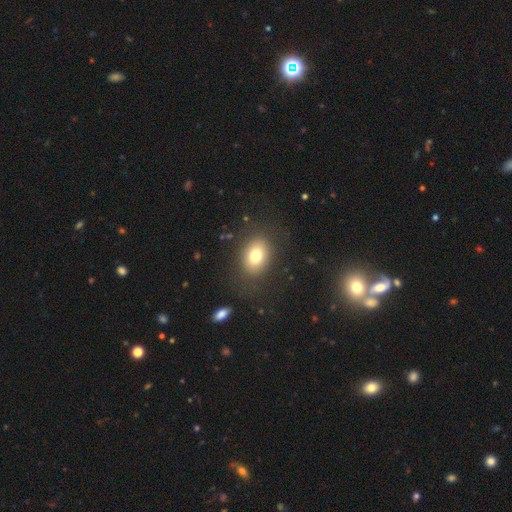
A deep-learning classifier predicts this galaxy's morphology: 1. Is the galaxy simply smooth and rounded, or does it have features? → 77% smooth, 13% featured or disk, 10% star or artifact.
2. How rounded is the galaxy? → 70% in between, 29% round, 1% cigar-shaped.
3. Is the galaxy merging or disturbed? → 81% none, 11% minor disturbance, 6% major disturbance, 2% merger.